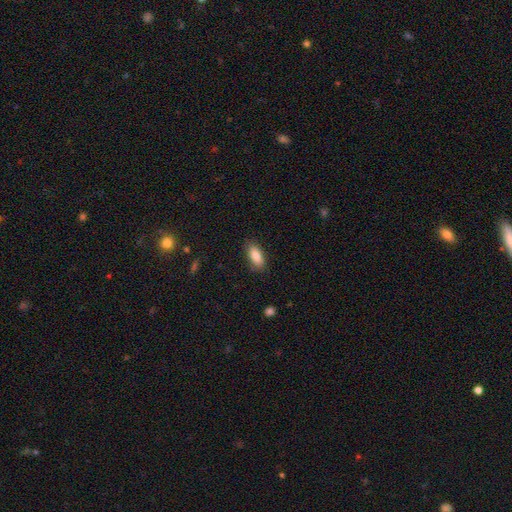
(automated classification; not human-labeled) A smooth galaxy with no disk features (87%) that is in between round and cigar-shaped (85%).

Vote fractions:
- Smooth or featured? smooth: 87% / star or artifact: 7% / featured or disk: 6%
- How rounded? in between: 85% / cigar-shaped: 12% / round: 2%
- Merging? none: 83% / minor disturbance: 13% / major disturbance: 3% / merger: 1%